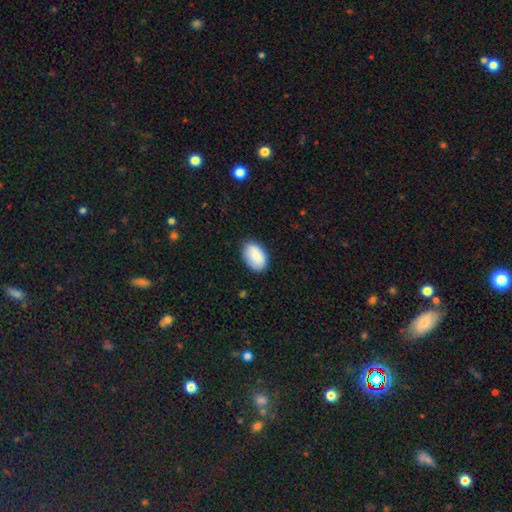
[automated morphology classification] The model was most divided on "merging": none: 84%, minor disturbance: 13%, major disturbance: 2%, merger: 1%. More confident: how rounded — in between (92%); smooth or featured — smooth (89%).